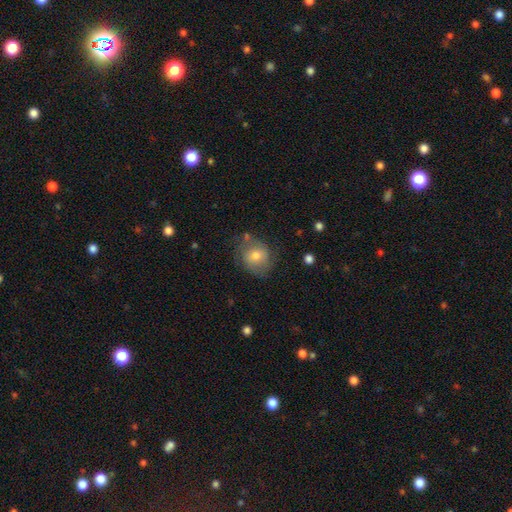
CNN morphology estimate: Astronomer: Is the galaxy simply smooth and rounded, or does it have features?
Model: smooth — 63%.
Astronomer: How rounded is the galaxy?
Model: round — 71%.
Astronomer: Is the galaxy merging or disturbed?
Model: none — 68%.